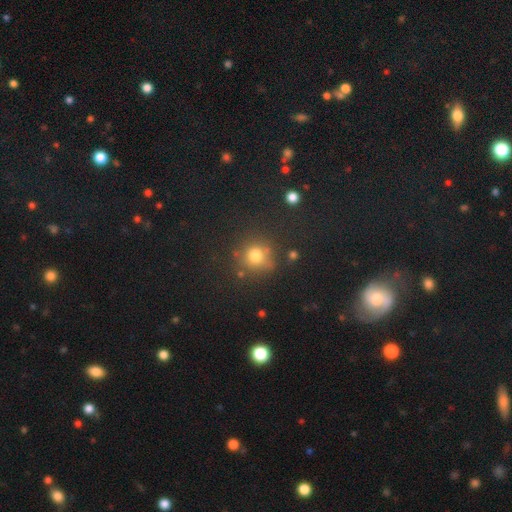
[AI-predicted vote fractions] This appears to be a smooth galaxy with no disk features (73%) that is round (88%). Merging: none (72%).